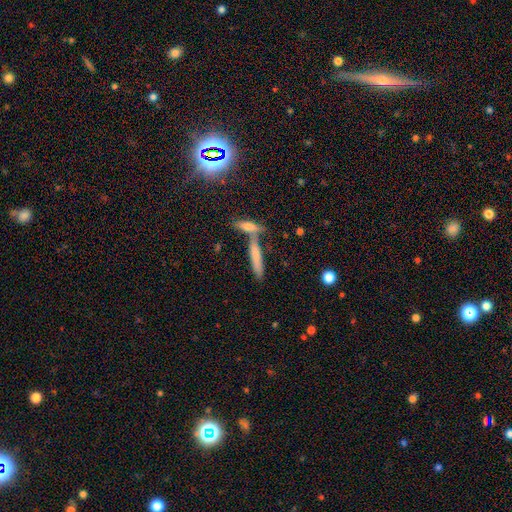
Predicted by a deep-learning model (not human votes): A smooth galaxy with no disk features (69%) that is cigar-shaped (84%). Merging: none (57%).